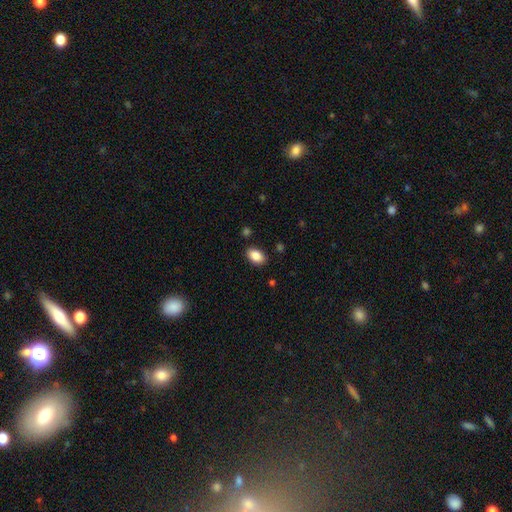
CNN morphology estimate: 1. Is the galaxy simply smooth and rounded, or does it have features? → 88% smooth, 8% star or artifact, 5% featured or disk.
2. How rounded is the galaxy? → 89% in between, 10% round, 1% cigar-shaped.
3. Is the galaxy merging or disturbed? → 87% none, 9% minor disturbance, 2% major disturbance, 2% merger.